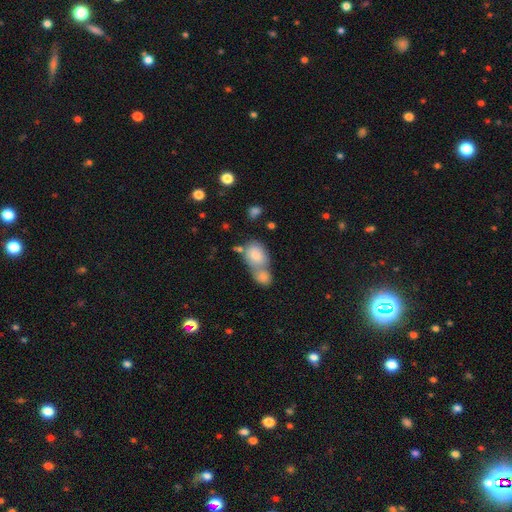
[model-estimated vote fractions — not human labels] A smooth galaxy with no disk features (80%) that is in between round and cigar-shaped (69%). Merging: merger (63%).